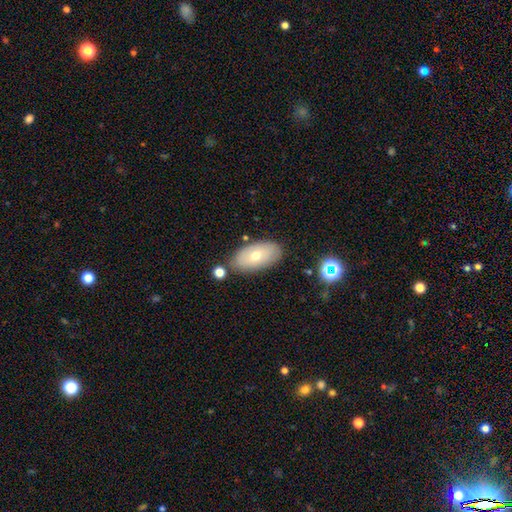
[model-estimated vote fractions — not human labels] smooth-or-featured: smooth: 64% | featured or disk: 29% | star or artifact: 8%
  how-rounded: in between: 93% | round: 4% | cigar-shaped: 3%
  merging: none: 79% | minor disturbance: 14% | merger: 5% | major disturbance: 3%